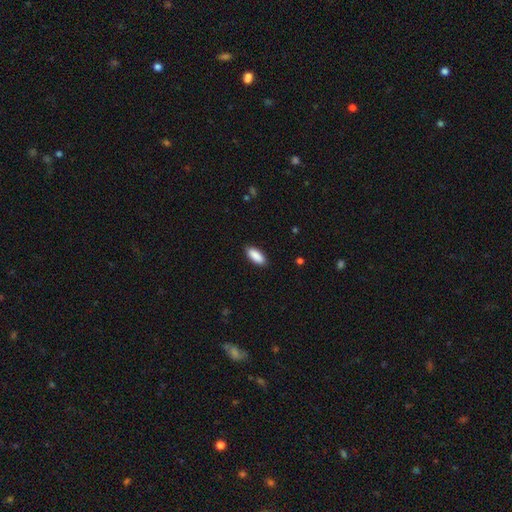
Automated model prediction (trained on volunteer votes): Smooth or featured?
  - smooth: 90% *
  - star or artifact: 6%
  - featured or disk: 4%
How rounded?
  - in between: 81% *
  - cigar-shaped: 17%
  - round: 2%
Merging?
  - none: 89% *
  - minor disturbance: 8%
  - major disturbance: 2%
  - merger: 1%